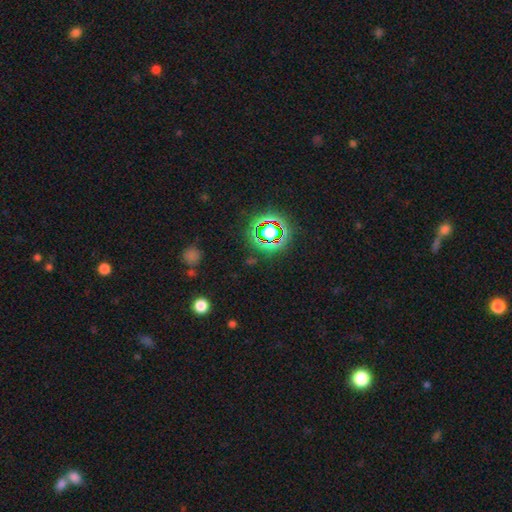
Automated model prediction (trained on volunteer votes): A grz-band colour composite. It shows a star or artifact, not a galaxy (75%).